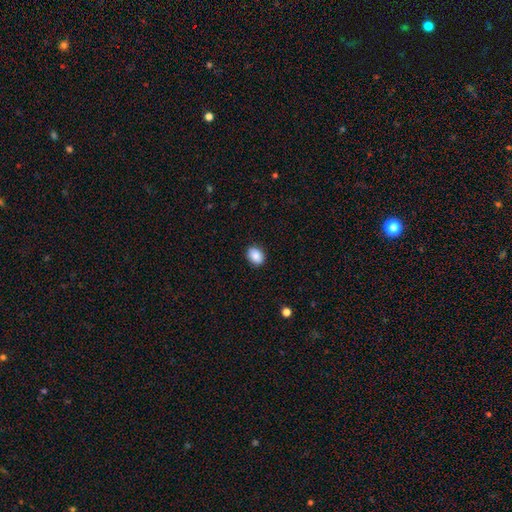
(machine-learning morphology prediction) Smooth or featured?
  - smooth: 88% *
  - star or artifact: 8%
  - featured or disk: 4%
How rounded?
  - in between: 64% *
  - round: 35%
  - cigar-shaped: 1%
Merging?
  - none: 90% *
  - minor disturbance: 8%
  - major disturbance: 2%
  - merger: 1%